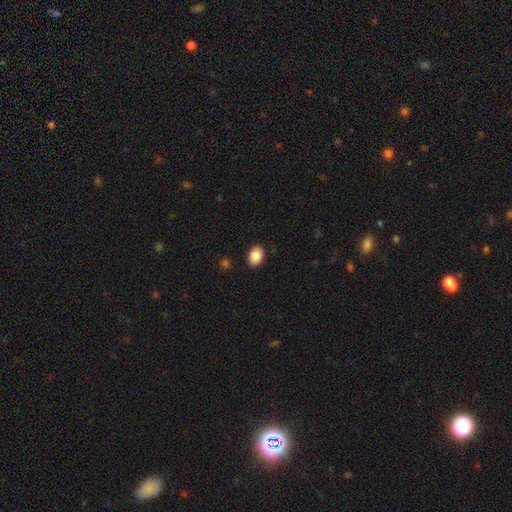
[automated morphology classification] smooth_or_featured: smooth (p=0.88) [alt: star or artifact p=0.07]
how_rounded: in between (p=0.78) [alt: round p=0.21]
merging: none (p=0.89) [alt: minor disturbance p=0.08]